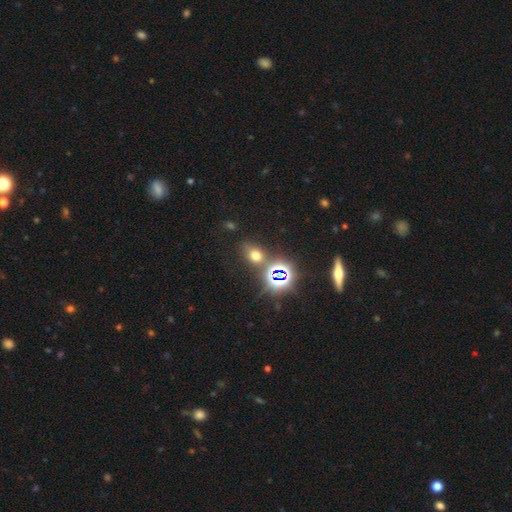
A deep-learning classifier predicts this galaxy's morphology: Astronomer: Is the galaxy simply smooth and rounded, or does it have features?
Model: smooth — 54% (runner-up: star or artifact, 36%).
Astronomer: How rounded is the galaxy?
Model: in between — 56% (runner-up: round, 41%).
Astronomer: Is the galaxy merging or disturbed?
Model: none — 69%.